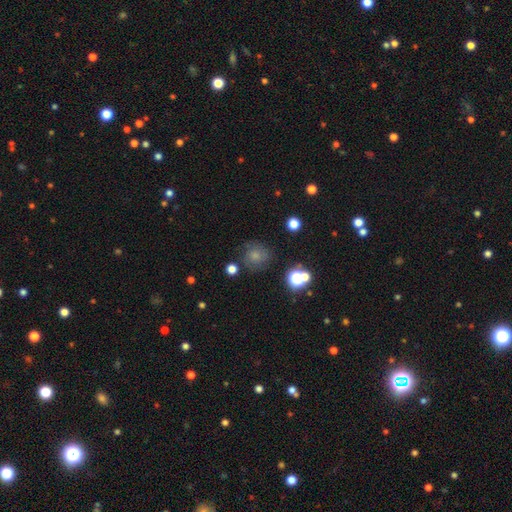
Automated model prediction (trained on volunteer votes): Smooth or featured: smooth — 65% (star or artifact — 19%)
How rounded: round — 88% (in between — 11%)
Merging: none — 71% (minor disturbance — 18%)